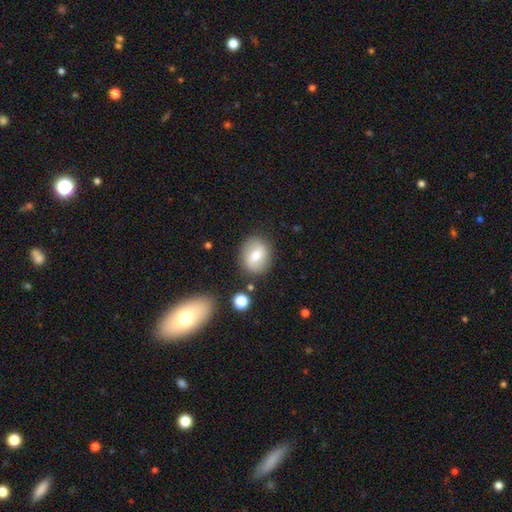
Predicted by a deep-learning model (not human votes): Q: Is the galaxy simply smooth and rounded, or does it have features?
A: smooth — 61%.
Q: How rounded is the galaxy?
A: round — 65%.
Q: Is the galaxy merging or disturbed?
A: none — 84%.